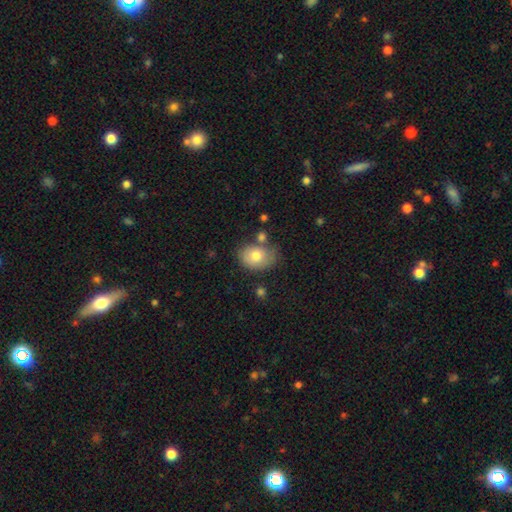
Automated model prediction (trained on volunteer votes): Smooth or featured? smooth (75%)
How rounded? in between (64%)
Merging? none (57%)